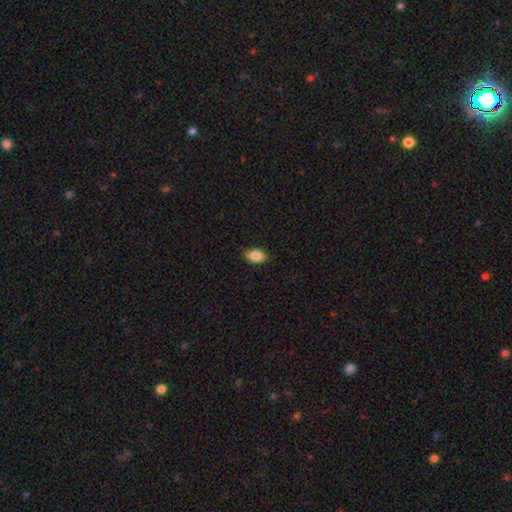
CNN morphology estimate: smooth-or-featured: smooth: 83% | featured or disk: 9% | star or artifact: 8%
  how-rounded: in between: 86% | round: 11% | cigar-shaped: 3%
  merging: none: 83% | minor disturbance: 14% | major disturbance: 2% | merger: 1%